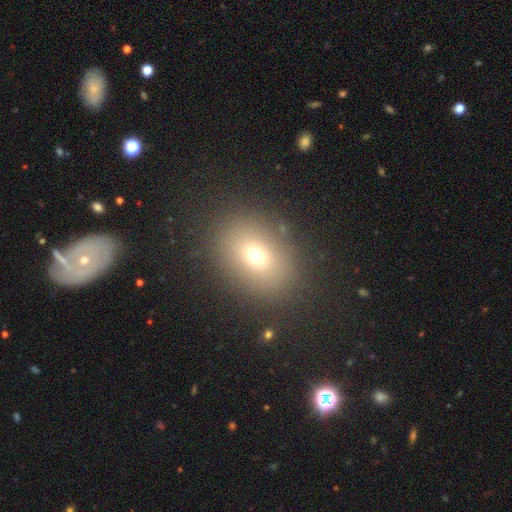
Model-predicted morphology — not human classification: The model was most divided on "how rounded": in between: 62%, round: 37%, cigar-shaped: 1%. More confident: merging — none (85%); smooth or featured — smooth (69%).